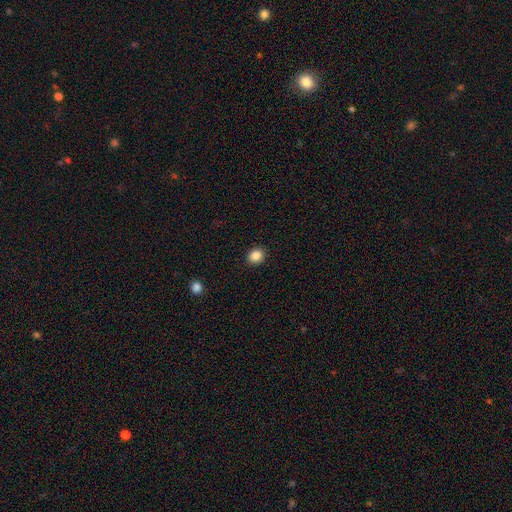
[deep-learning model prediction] Morphology: type=smooth (87%); roundness=round (73%); merging=none (92%).